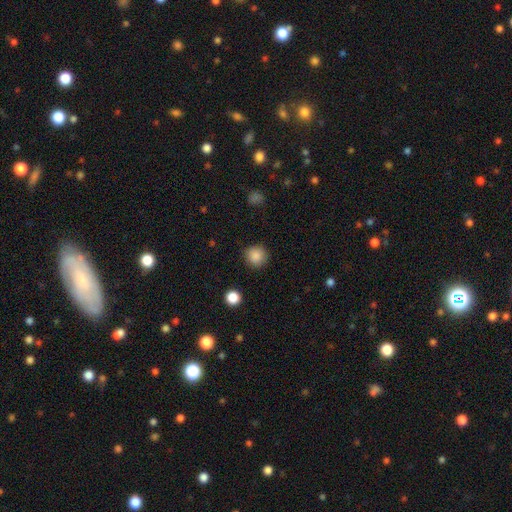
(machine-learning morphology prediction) type=smooth (87%); roundness=round (93%); merging=none (90%).